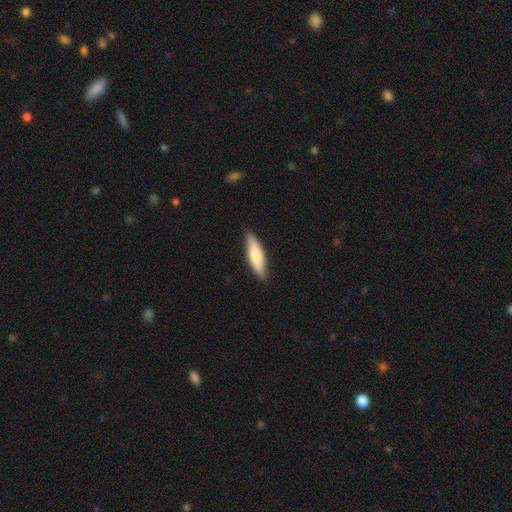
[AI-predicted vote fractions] This appears to be a smooth galaxy with no disk features (72%) that is cigar-shaped (69%). Merging: none (85%).